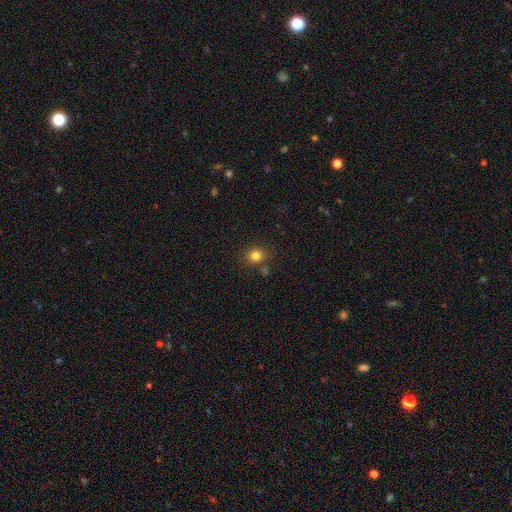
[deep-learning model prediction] smooth_or_featured: smooth (p=0.81) [alt: star or artifact p=0.13]
how_rounded: round (p=0.75) [alt: in between p=0.24]
merging: none (p=0.78) [alt: minor disturbance p=0.11]